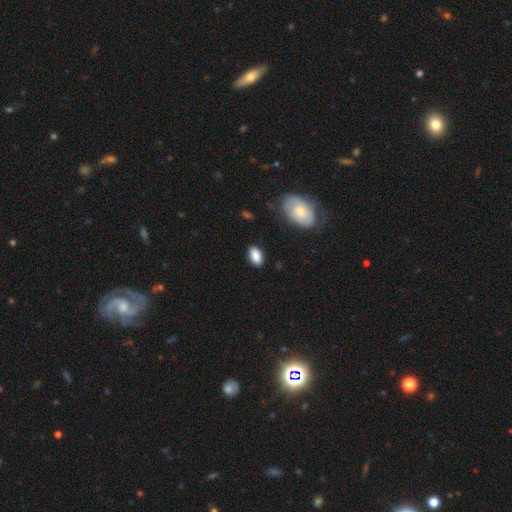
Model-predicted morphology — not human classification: Overall: smooth (88%). How rounded: in between (92%). Merging: none (85%).